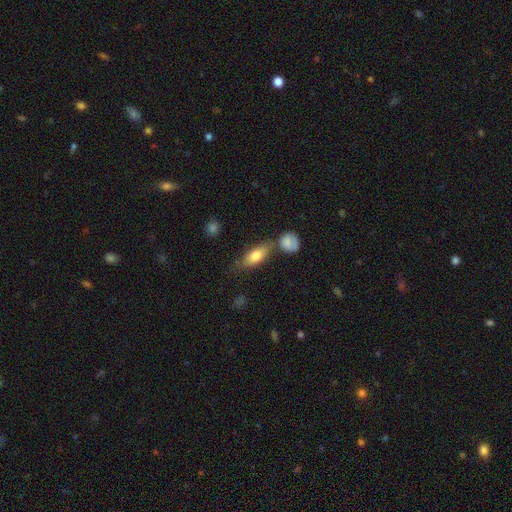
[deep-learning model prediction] smooth-or-featured: smooth: 75% | featured or disk: 19% | star or artifact: 7%
  how-rounded: in between: 75% | cigar-shaped: 21% | round: 4%
  merging: none: 54% | merger: 20% | minor disturbance: 19% | major disturbance: 7%